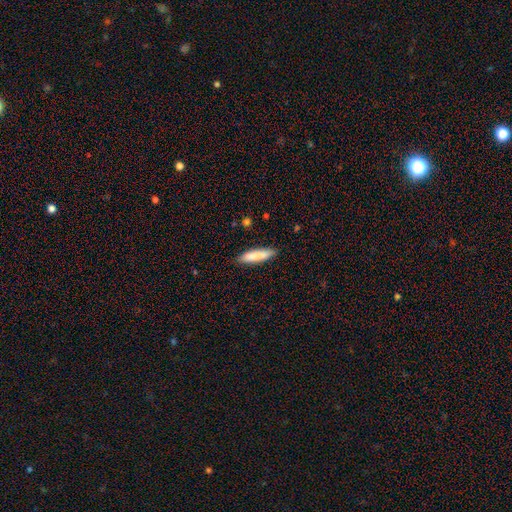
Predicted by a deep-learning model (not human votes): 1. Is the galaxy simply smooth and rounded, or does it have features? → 84% smooth, 10% featured or disk, 6% star or artifact.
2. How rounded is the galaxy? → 78% cigar-shaped, 20% in between, 1% round.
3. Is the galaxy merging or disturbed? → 86% none, 11% minor disturbance, 2% major disturbance, 1% merger.